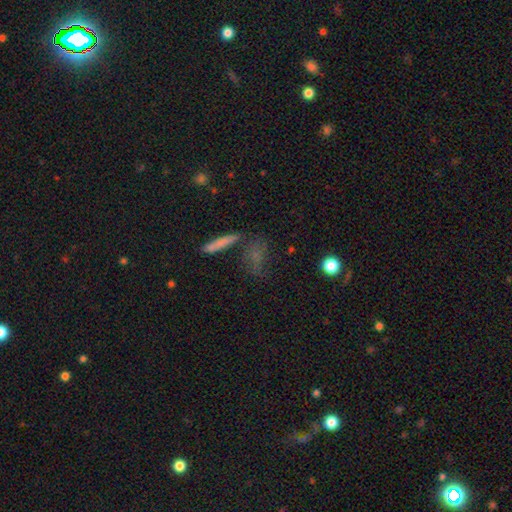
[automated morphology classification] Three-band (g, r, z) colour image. It shows a smooth galaxy with no disk features (56%) that is in between round and cigar-shaped (42%). Merging: none (61%).